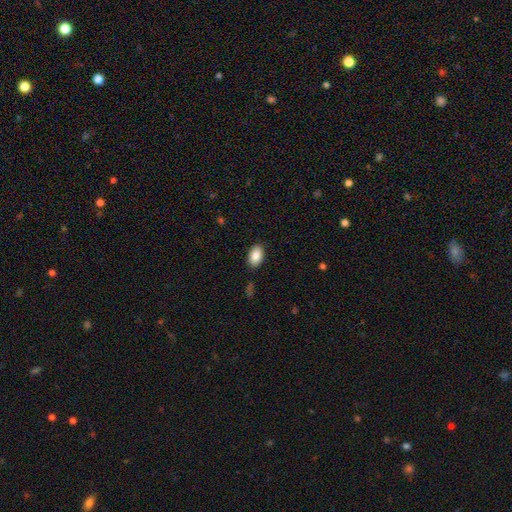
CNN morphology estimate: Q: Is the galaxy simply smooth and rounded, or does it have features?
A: smooth — 88%.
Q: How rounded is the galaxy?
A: in between — 92%.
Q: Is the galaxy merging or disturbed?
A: none — 87%.